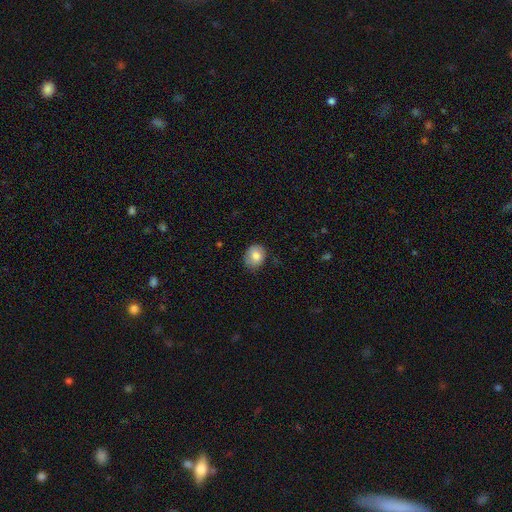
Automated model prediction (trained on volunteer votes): This is clearly a smooth galaxy (81%). How rounded: possibly round (59%). Merging: likely none (77%).